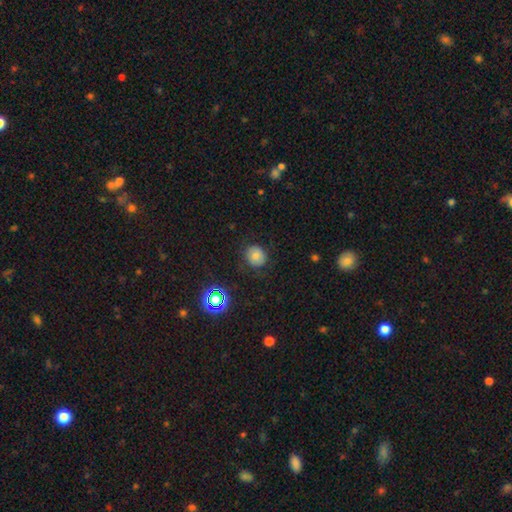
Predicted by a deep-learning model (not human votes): This appears to be a smooth galaxy with no disk features (72%) that is round (85%). Merging: none (81%).